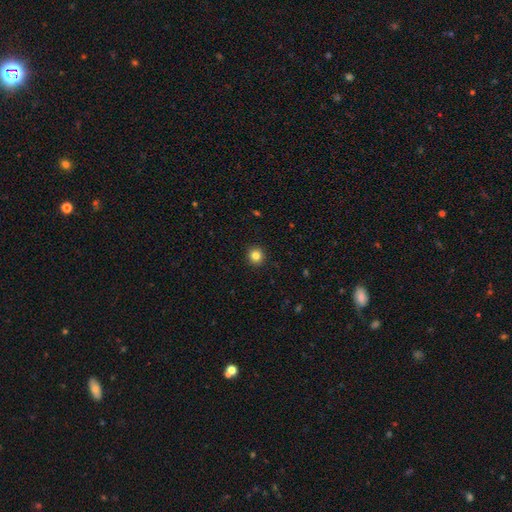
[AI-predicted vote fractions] A smooth galaxy with no disk features (84%) that is round (94%). Merging: none (93%).